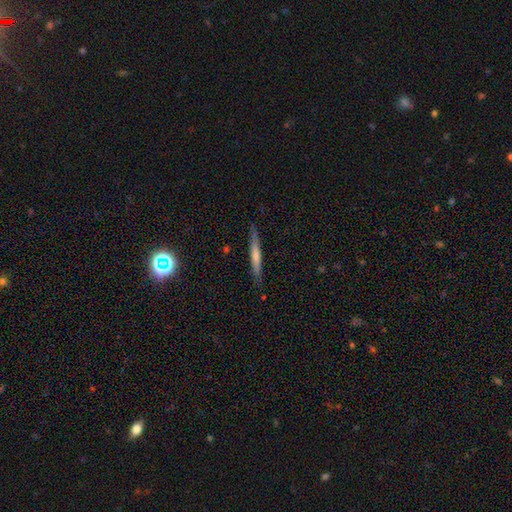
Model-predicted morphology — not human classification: A featured or disk galaxy (52%) viewed edge-on (95%). Merging: none (87%).